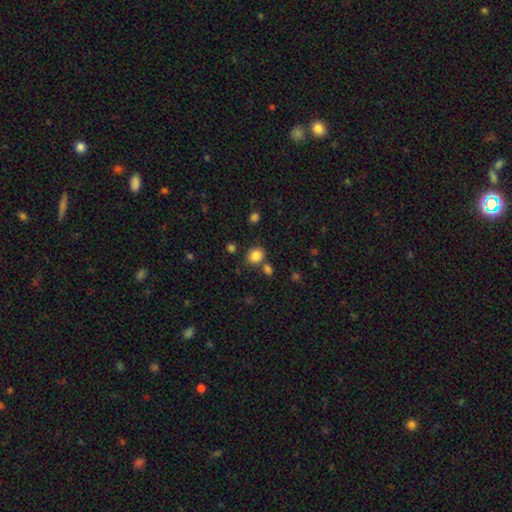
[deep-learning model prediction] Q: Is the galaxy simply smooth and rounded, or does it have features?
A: smooth — 85%.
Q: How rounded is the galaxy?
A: round — 68%.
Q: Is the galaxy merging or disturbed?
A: none — 73%.